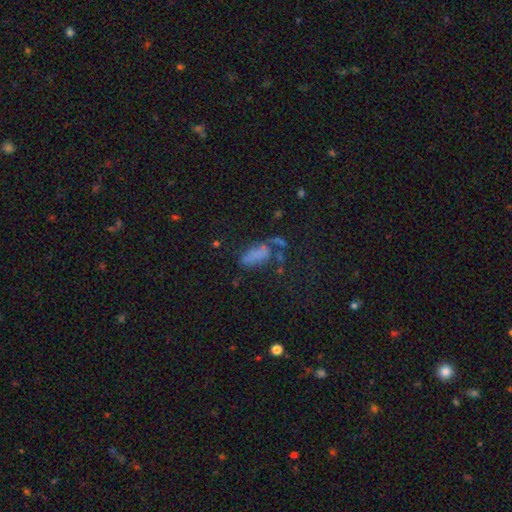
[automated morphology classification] smooth_or_featured: smooth (p=0.62) [alt: star or artifact p=0.20]
how_rounded: in between (p=0.75) [alt: cigar-shaped p=0.20]
merging: none (p=0.36) [alt: major disturbance p=0.27]